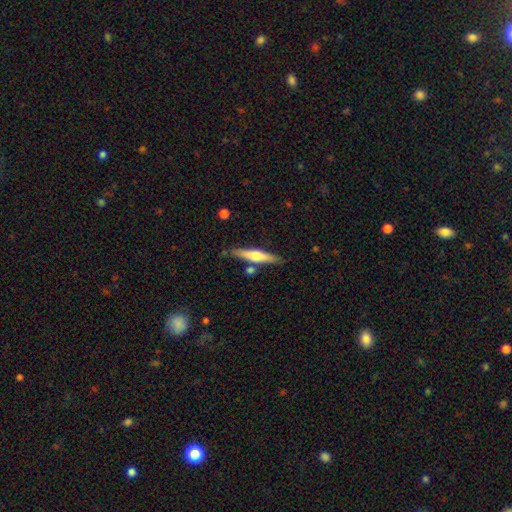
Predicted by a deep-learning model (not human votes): A featured or disk galaxy (51%) viewed edge-on (95%).

Vote fractions:
- Smooth or featured? featured or disk: 51% / smooth: 43% / star or artifact: 5%
- Edge-on disk? yes: 95% / no: 5%
- Merging? none: 81% / minor disturbance: 11% / merger: 6% / major disturbance: 2%